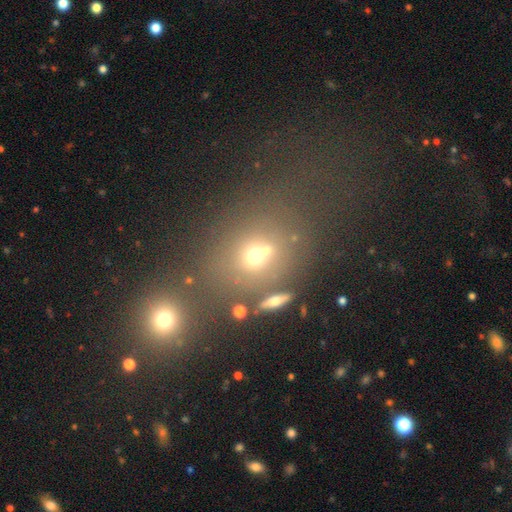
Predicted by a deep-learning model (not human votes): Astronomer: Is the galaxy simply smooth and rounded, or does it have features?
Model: smooth — 61%.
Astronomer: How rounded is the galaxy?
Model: round — 62%.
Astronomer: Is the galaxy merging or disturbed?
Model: none — 52% (runner-up: merger, 28%).